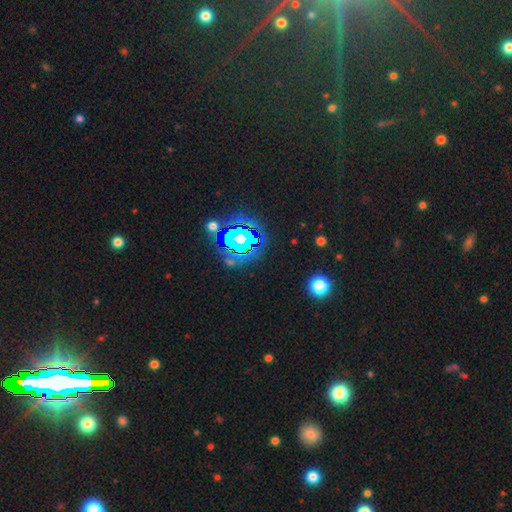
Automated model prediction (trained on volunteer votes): Overall: star or artifact (82%).